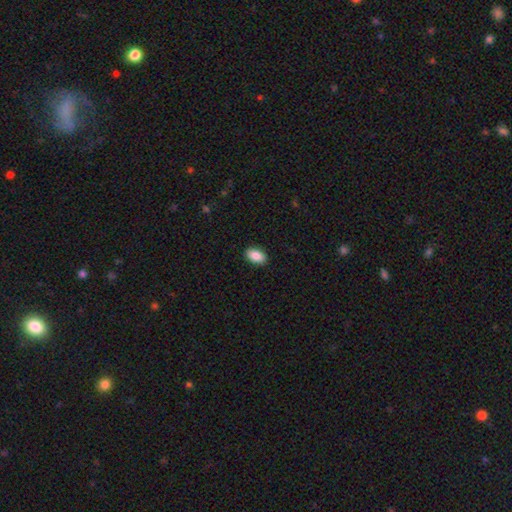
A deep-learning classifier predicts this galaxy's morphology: Smooth or featured? Predicted: smooth (p=0.87). How rounded? Predicted: in between (p=0.92). Merging? Predicted: none (p=0.90).